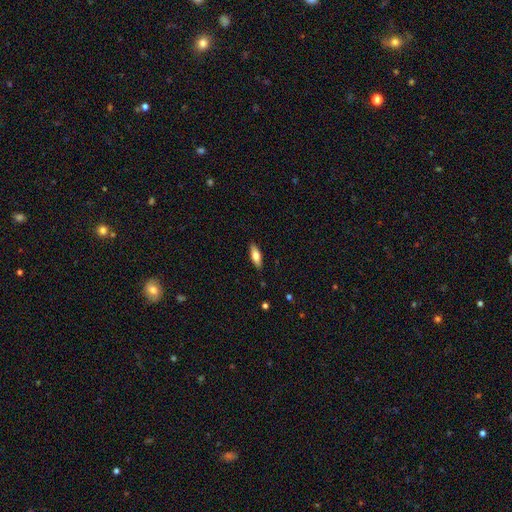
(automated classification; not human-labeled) Morphology: type=smooth (71%); roundness=in between (60%); merging=none (88%).